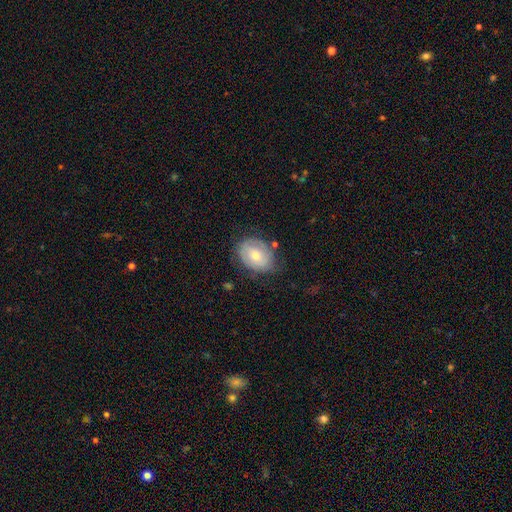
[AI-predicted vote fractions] This appears to be a smooth galaxy with no disk features (56%) that is in between round and cigar-shaped (69%). Merging: none (66%).